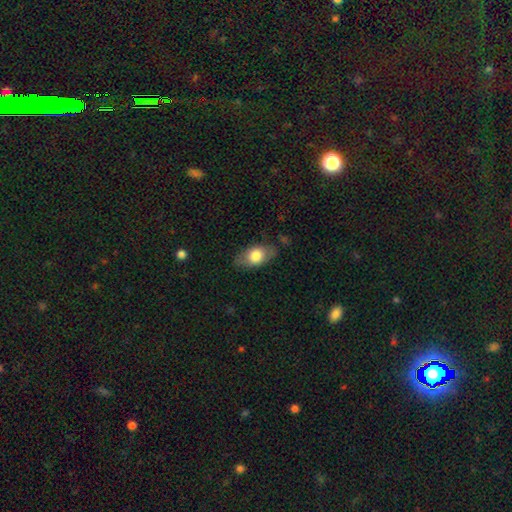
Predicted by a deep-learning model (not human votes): A smooth galaxy with no disk features (72%) that is in between round and cigar-shaped (89%).

Vote fractions:
- Smooth or featured? smooth: 72% / featured or disk: 22% / star or artifact: 6%
- How rounded? in between: 89% / round: 8% / cigar-shaped: 3%
- Merging? none: 77% / minor disturbance: 17% / major disturbance: 5% / merger: 2%